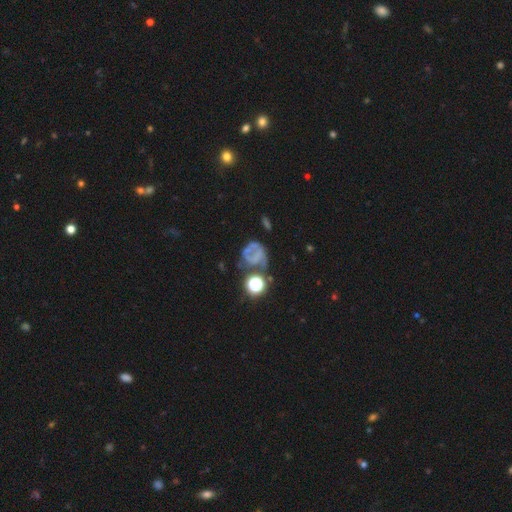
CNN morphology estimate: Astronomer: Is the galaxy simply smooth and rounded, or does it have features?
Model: featured or disk — 43% (runner-up: smooth, 33%).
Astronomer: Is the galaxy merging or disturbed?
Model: none — 41% (runner-up: major disturbance, 27%).